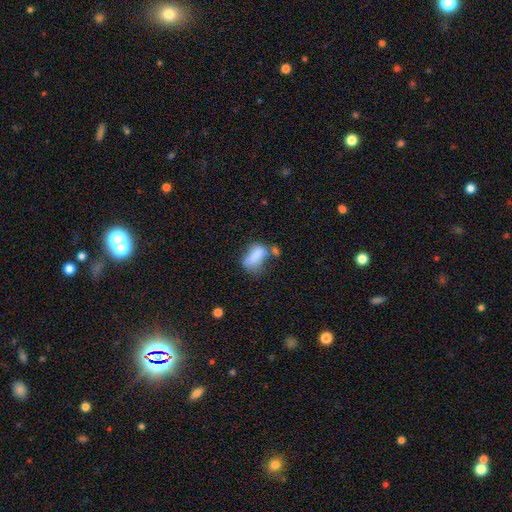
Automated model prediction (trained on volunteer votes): Overall: smooth (71%). How rounded: in between (84%). Merging: major disturbance (27%; none 26%).